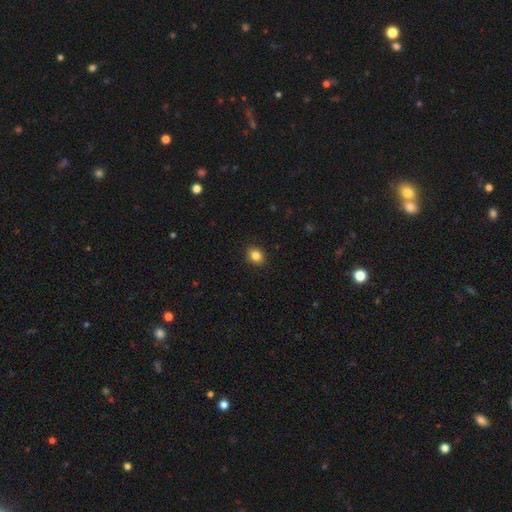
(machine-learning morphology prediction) Smooth or featured? smooth (85%)
How rounded? round (64%)
Merging? none (91%)